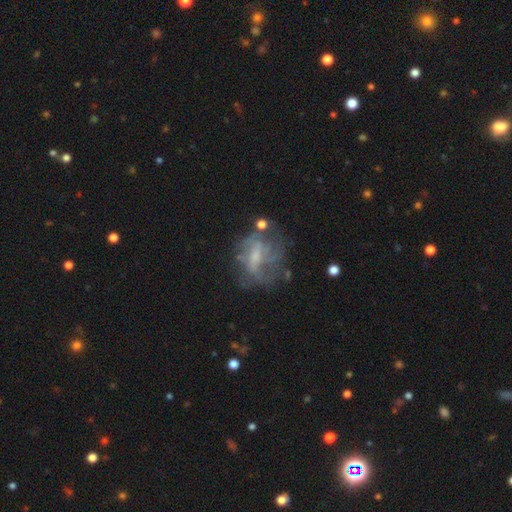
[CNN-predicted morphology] smooth-or-featured: featured or disk: 67% | smooth: 21% | star or artifact: 12%
  disk-edge-on: no: 97% | yes: 3%
    bar: no: 46% | weak: 42% | strong: 11%
    has-spiral-arms: yes: 52% | no: 48%
    bulge-size: small: 37% | moderate: 31% | none: 28% | large: 4% | dominant: 1%
  merging: none: 47% | major disturbance: 26% | minor disturbance: 19% | merger: 8%